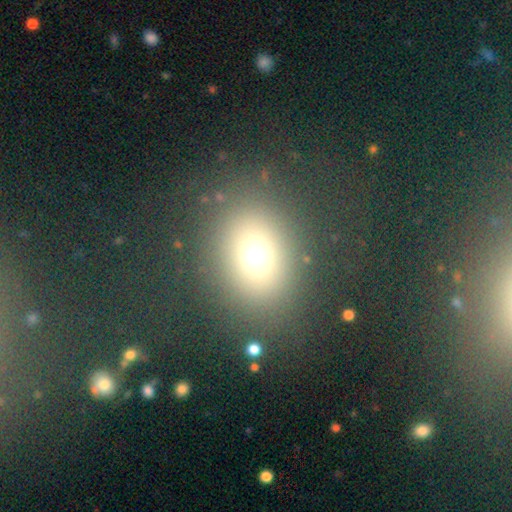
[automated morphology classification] Smooth or featured? smooth (71%)
How rounded? round (54%)
Merging? none (82%)